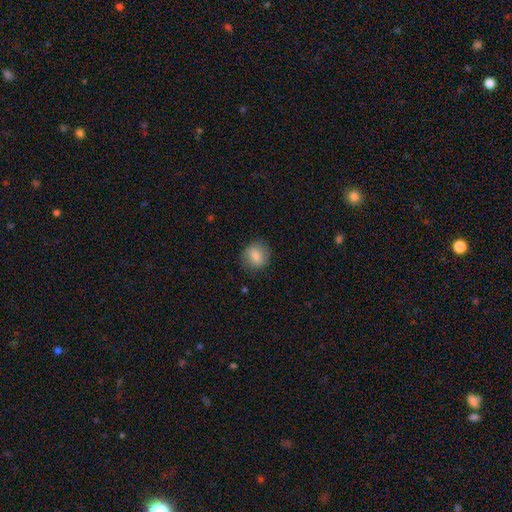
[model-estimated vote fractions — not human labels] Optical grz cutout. It shows a smooth galaxy with no disk features (79%) that is round (77%). Merging: none (81%).